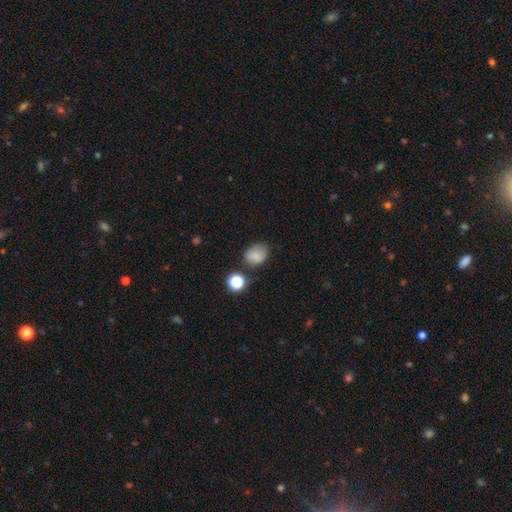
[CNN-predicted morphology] smooth 78%, star or artifact 13%, featured or disk 9%. Down the decision tree: how rounded — in between (51%); merging — none (67%).